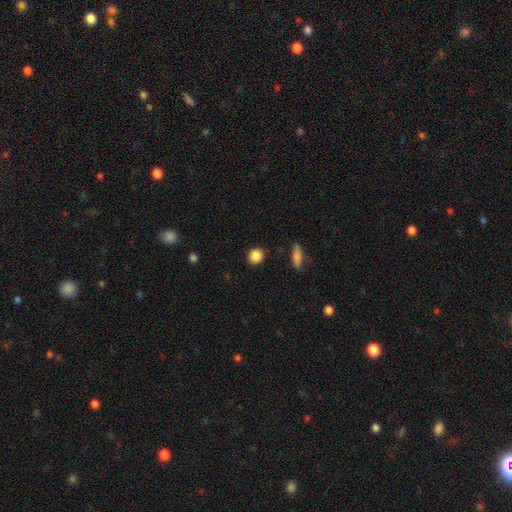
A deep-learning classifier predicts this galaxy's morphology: A smooth galaxy with no disk features (88%) that is round (83%).

Vote fractions:
- Smooth or featured? smooth: 88% / star or artifact: 8% / featured or disk: 4%
- How rounded? round: 83% / in between: 16% / cigar-shaped: 2%
- Merging? none: 89% / minor disturbance: 8% / major disturbance: 2% / merger: 2%